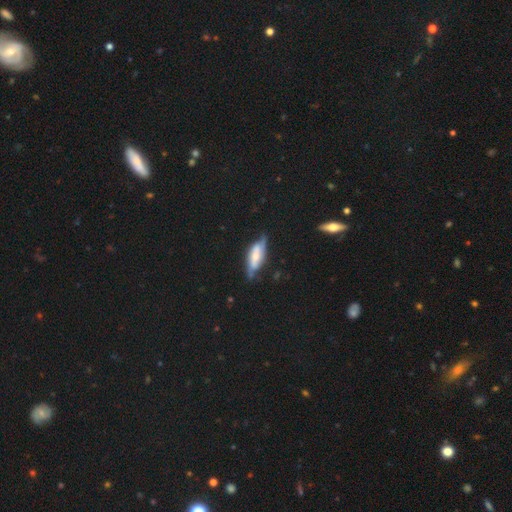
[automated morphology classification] Overall: featured or disk (53%; smooth 41%). Edge-on disk: no (57%; yes 43%). Merging: none (58%; minor disturbance 30%).